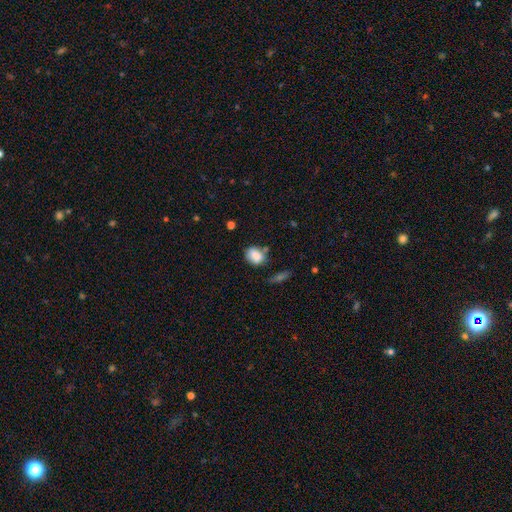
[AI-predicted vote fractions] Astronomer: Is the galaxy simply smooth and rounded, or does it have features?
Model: smooth — 84%.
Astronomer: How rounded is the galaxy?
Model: in between — 60% (runner-up: round, 39%).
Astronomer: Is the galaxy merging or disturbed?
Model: none — 60%.